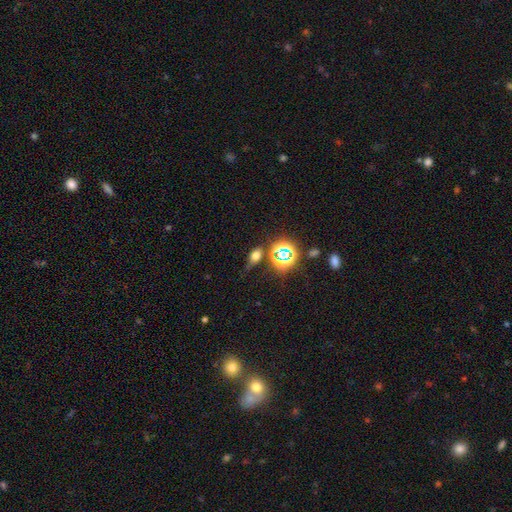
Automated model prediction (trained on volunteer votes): The model was most divided on "smooth or featured": smooth: 57%, star or artifact: 29%, featured or disk: 13%. More confident: how rounded — in between (73%); merging — none (71%).